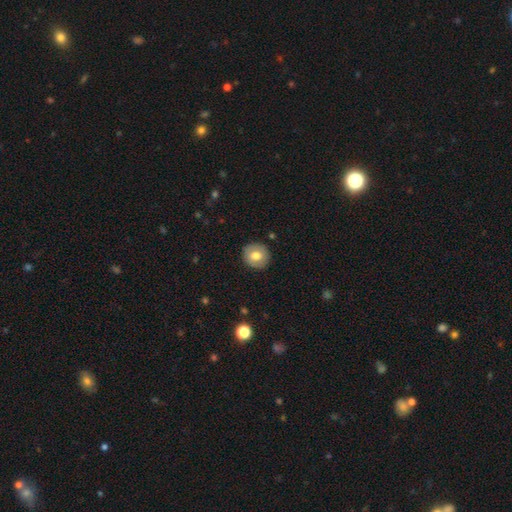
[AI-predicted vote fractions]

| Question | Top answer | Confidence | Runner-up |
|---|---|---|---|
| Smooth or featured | smooth | 74% | featured or disk (18%) |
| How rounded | round | 90% | in between (9%) |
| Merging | none | 90% | minor disturbance (7%) |